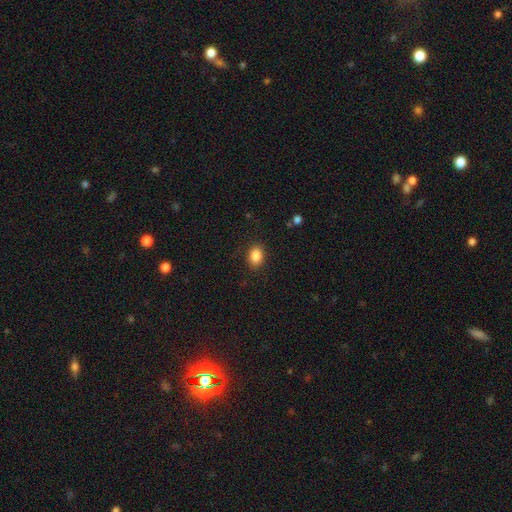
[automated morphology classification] Smooth or featured? smooth (86%)
How rounded? in between (65%)
Merging? none (87%)